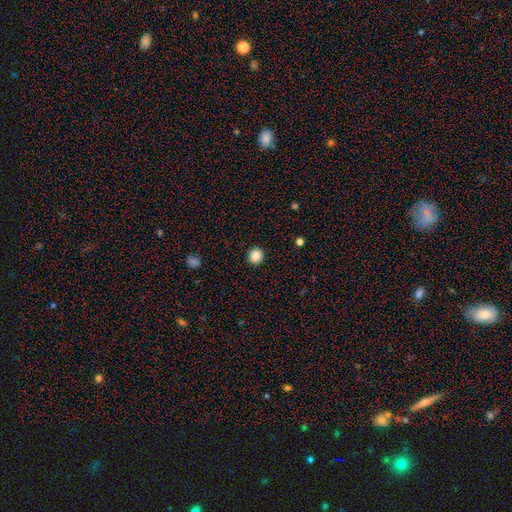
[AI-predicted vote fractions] smooth-or-featured: smooth: 85% | star or artifact: 10% | featured or disk: 4%
  how-rounded: round: 88% | in between: 11% | cigar-shaped: 1%
  merging: none: 93% | minor disturbance: 5% | major disturbance: 2% | merger: 1%